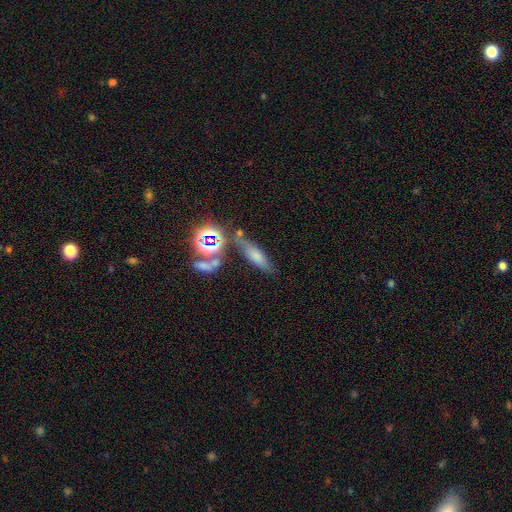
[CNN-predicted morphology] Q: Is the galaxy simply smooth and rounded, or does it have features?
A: smooth — 60%.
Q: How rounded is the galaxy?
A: cigar-shaped — 52%.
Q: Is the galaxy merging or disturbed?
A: none — 59%.